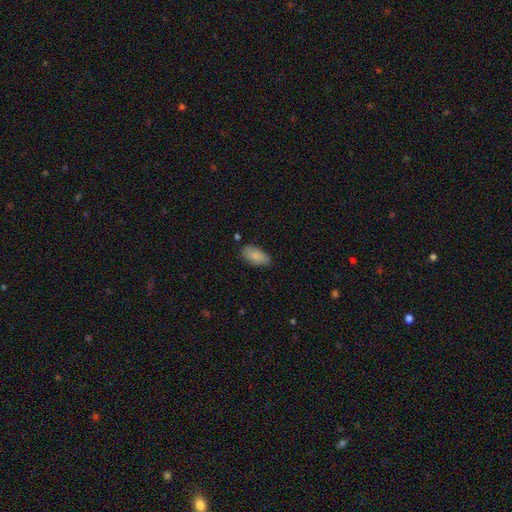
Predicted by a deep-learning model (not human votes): Q: Smooth or featured?
A: smooth (85%); runner-up: featured or disk (8%)
Q: How rounded?
A: in between (92%); runner-up: cigar-shaped (5%)
Q: Merging?
A: none (80%); runner-up: minor disturbance (15%)